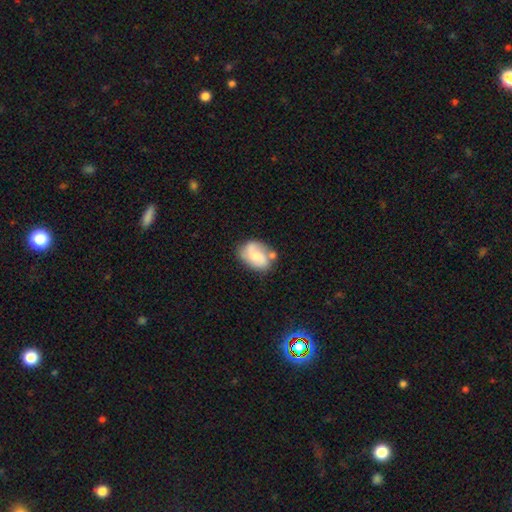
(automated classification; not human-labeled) Overall: smooth (49%; featured or disk 43%). Merging: none (47%; minor disturbance 24%).